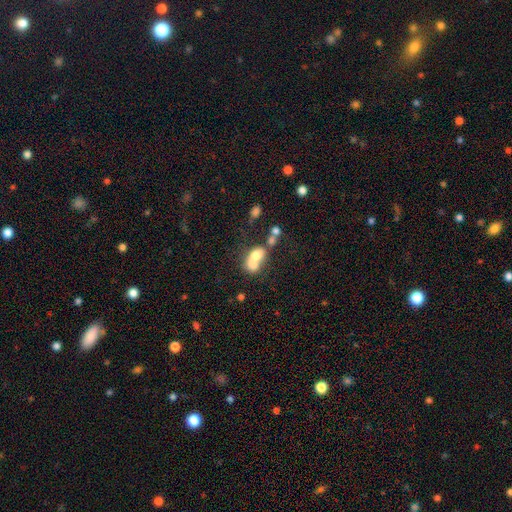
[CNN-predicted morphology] This appears to be a smooth galaxy with no disk features (66%) that is in between round and cigar-shaped (59%). Merging: merger (72%).